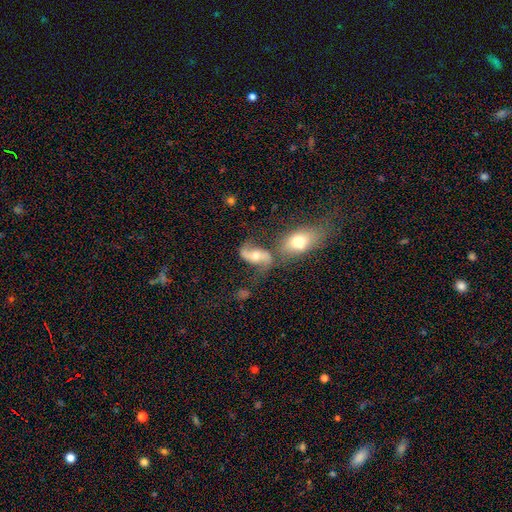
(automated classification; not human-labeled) smooth-or-featured: featured or disk: 74% | smooth: 18% | star or artifact: 8%
  disk-edge-on: no: 95% | yes: 5%
    bar: no: 44% | weak: 36% | strong: 21%
    has-spiral-arms: yes: 91% | no: 9%
      spiral-winding: loose: 74% | medium: 20% | tight: 6%
      spiral-arm-count: 2: 92% | can't tell: 3% | 1: 2% | 3: 1% | 4: 1% | more than 4: 1%
    bulge-size: moderate: 63% | small: 24% | large: 8% | none: 2% | dominant: 2%
  merging: none: 42% | merger: 34% | minor disturbance: 14% | major disturbance: 10%